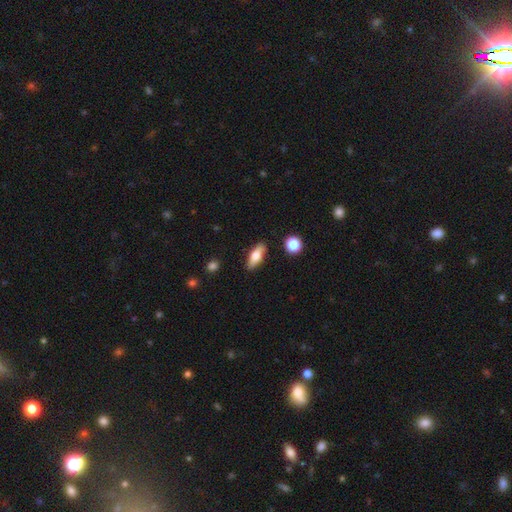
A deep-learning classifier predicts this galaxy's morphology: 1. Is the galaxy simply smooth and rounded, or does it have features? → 68% smooth, 25% featured or disk, 7% star or artifact.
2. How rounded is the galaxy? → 66% in between, 31% cigar-shaped, 4% round.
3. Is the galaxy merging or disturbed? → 87% none, 9% minor disturbance, 2% merger, 2% major disturbance.